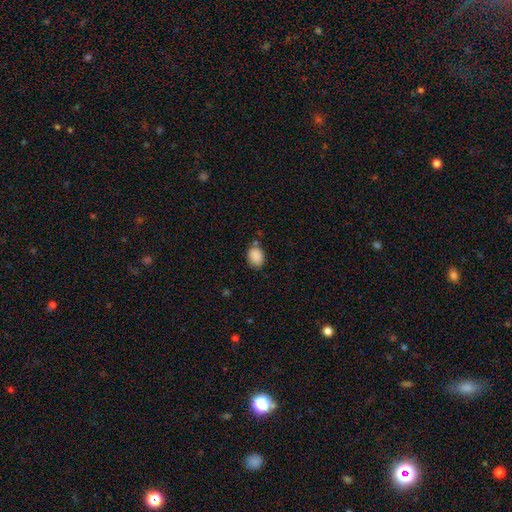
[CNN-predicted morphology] Smooth or featured? Predicted: smooth (p=0.88). How rounded? Predicted: in between (p=0.67). Merging? Predicted: none (p=0.69).